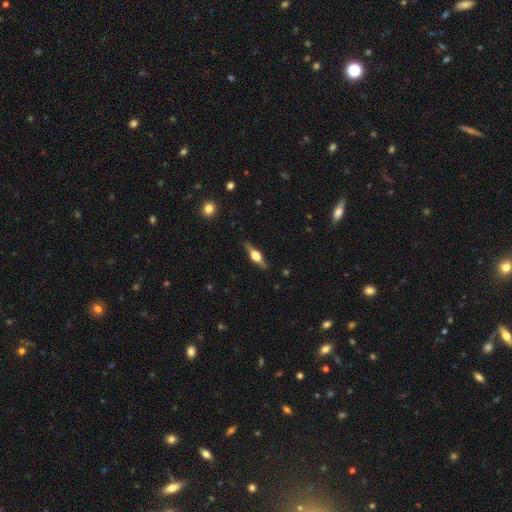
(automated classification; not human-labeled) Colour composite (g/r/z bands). It shows a featured or disk galaxy (68%) viewed edge-on (96%) with a rounded central bulge (91%). Merging: none (85%).